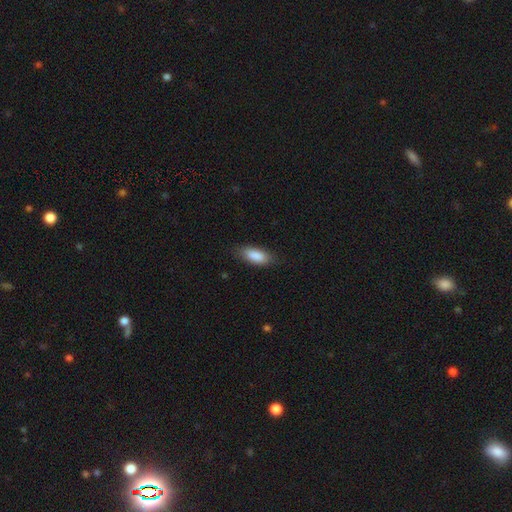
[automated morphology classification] smooth-or-featured: smooth: 87% | featured or disk: 7% | star or artifact: 6%
  how-rounded: in between: 78% | cigar-shaped: 20% | round: 2%
  merging: none: 81% | minor disturbance: 15% | major disturbance: 3% | merger: 1%